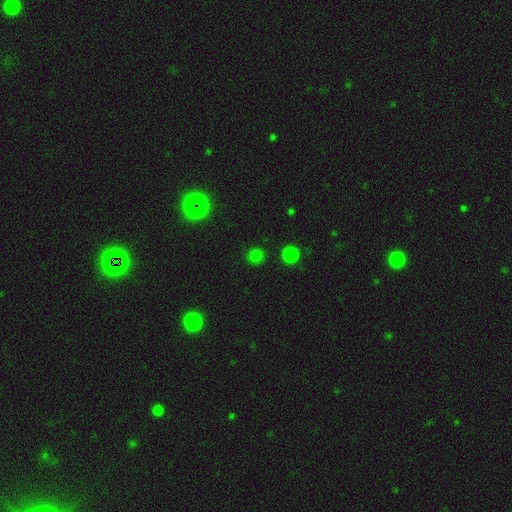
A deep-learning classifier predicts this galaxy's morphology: Overall: smooth (74%). How rounded: round (91%). Merging: none (88%).